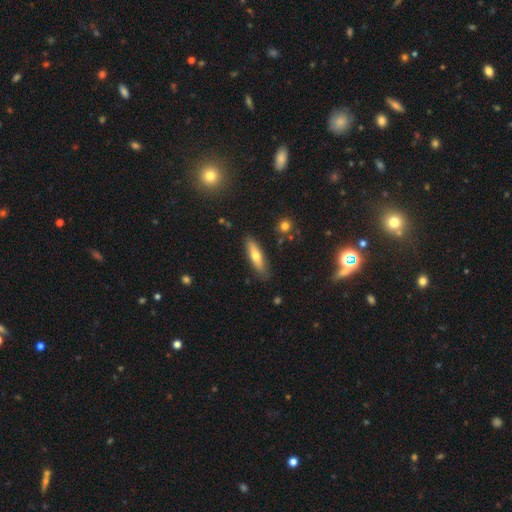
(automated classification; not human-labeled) Morphology: type=smooth (60%); roundness=cigar-shaped (61%); merging=none (84%).